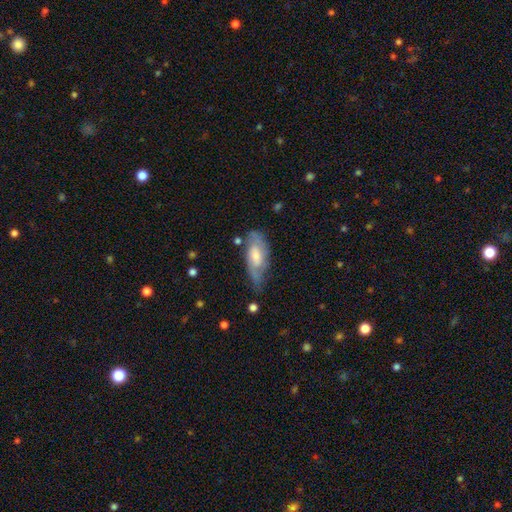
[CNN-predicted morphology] Smooth or featured? featured or disk (49%)
Merging? none (49%)